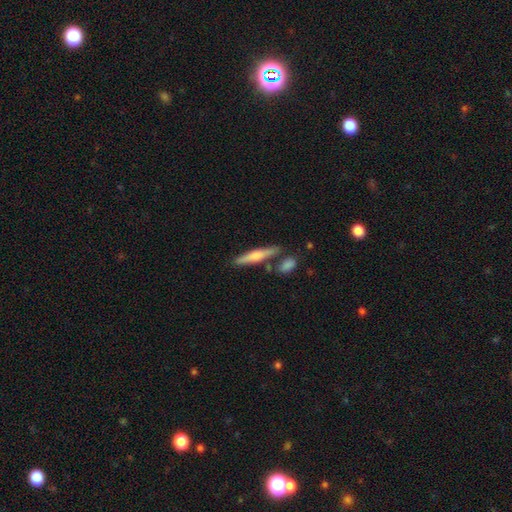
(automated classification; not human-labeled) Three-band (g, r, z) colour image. It shows a smooth galaxy with no disk features (60%) that is cigar-shaped (86%). Merging: none (74%).